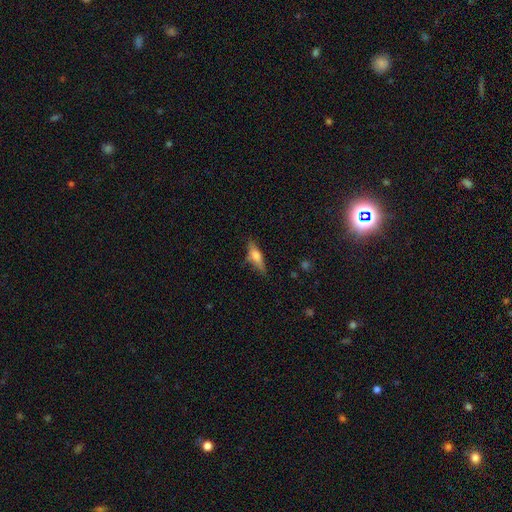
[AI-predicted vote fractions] smooth-or-featured: smooth: 60% | featured or disk: 33% | star or artifact: 8%
  how-rounded: cigar-shaped: 58% | in between: 39% | round: 3%
  merging: none: 70% | minor disturbance: 21% | major disturbance: 6% | merger: 3%